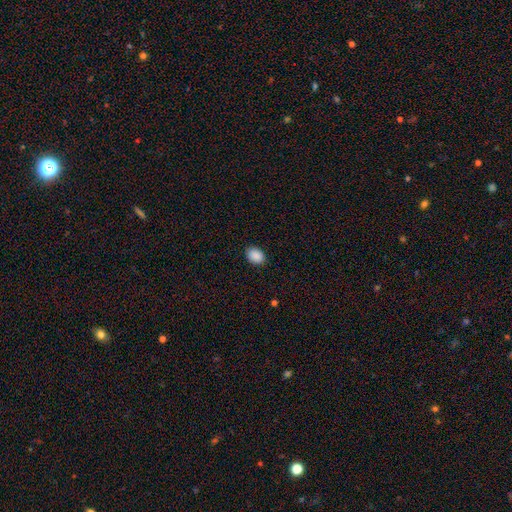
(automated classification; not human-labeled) smooth_or_featured: smooth (p=0.90) [alt: star or artifact p=0.08]
how_rounded: in between (p=0.72) [alt: round p=0.27]
merging: none (p=0.89) [alt: minor disturbance p=0.08]